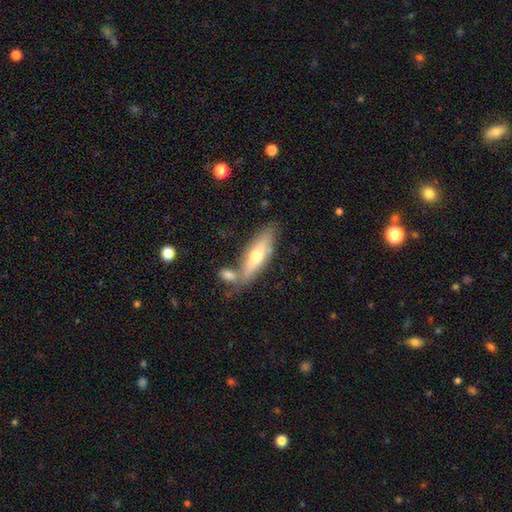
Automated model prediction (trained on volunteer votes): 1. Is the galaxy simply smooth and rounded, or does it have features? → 52% smooth, 43% featured or disk, 6% star or artifact.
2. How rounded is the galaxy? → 62% cigar-shaped, 36% in between, 2% round.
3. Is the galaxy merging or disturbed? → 62% none, 20% merger, 15% minor disturbance, 4% major disturbance.